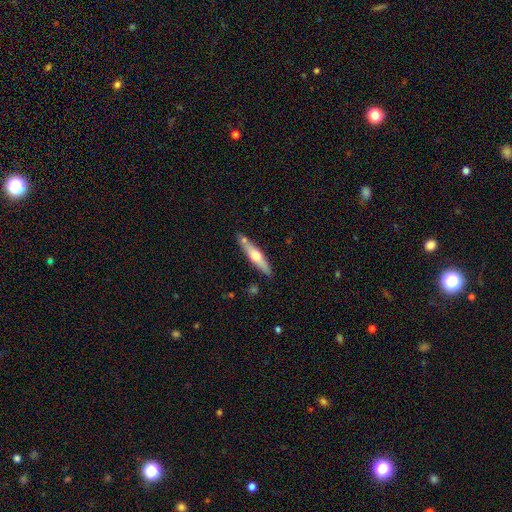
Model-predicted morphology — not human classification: A featured or disk galaxy (52%) viewed edge-on (92%).

Vote fractions:
- Smooth or featured? featured or disk: 52% / smooth: 43% / star or artifact: 5%
- Edge-on disk? yes: 92% / no: 8%
- Merging? none: 79% / minor disturbance: 12% / merger: 7% / major disturbance: 2%